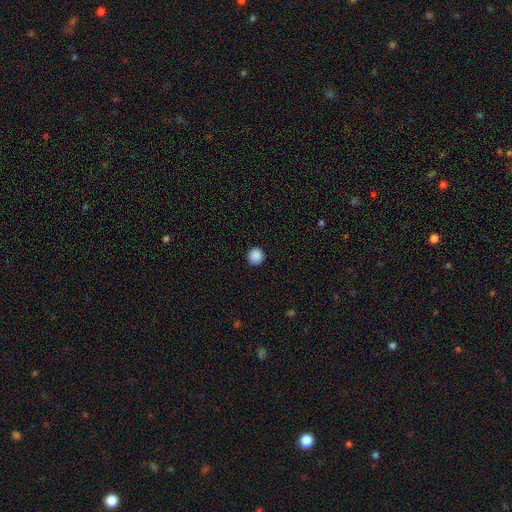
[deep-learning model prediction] smooth_or_featured: smooth (p=0.88) [alt: star or artifact p=0.10]
how_rounded: round (p=0.95) [alt: in between p=0.04]
merging: none (p=0.93) [alt: minor disturbance p=0.05]